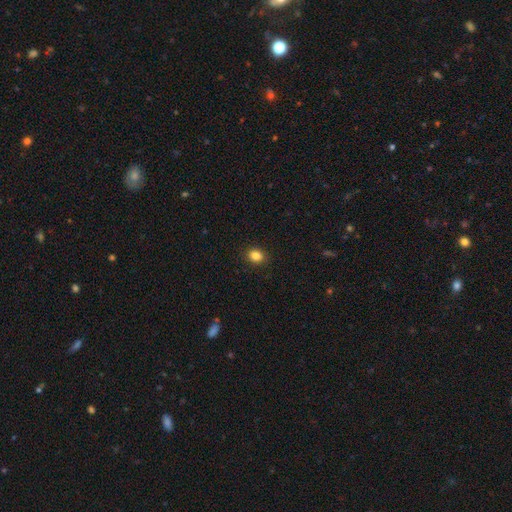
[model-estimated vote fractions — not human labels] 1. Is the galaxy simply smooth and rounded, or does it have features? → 86% smooth, 10% star or artifact, 4% featured or disk.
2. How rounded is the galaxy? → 50% in between, 49% round, 1% cigar-shaped.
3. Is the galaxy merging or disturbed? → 89% none, 8% minor disturbance, 2% major disturbance, 1% merger.